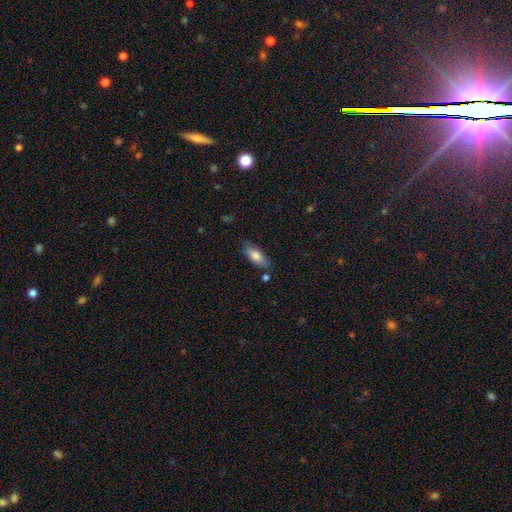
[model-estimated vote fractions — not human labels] Smooth or featured? Predicted: smooth (p=0.78). How rounded? Predicted: in between (p=0.74). Merging? Predicted: none (p=0.78).